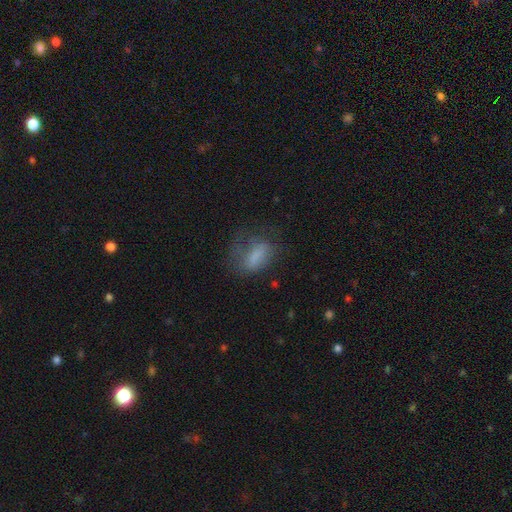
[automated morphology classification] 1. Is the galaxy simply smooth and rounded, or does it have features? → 62% smooth, 27% featured or disk, 12% star or artifact.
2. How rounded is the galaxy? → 81% in between, 11% round, 8% cigar-shaped.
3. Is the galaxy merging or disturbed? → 38% major disturbance, 35% none, 25% minor disturbance, 2% merger.